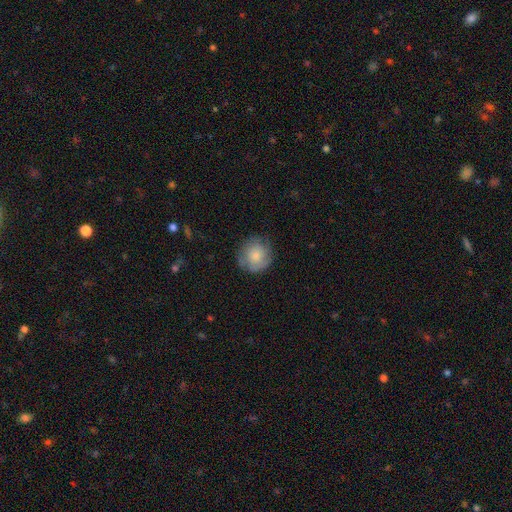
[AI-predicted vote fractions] Smooth or featured?
  - smooth: 73% *
  - featured or disk: 20%
  - star or artifact: 7%
How rounded?
  - round: 88% *
  - in between: 11%
  - cigar-shaped: 1%
Merging?
  - none: 72% *
  - minor disturbance: 21%
  - major disturbance: 6%
  - merger: 1%